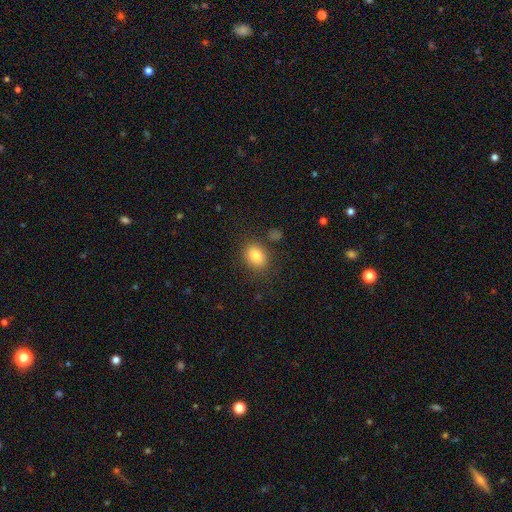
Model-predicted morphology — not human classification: Q: Smooth or featured?
A: smooth (83%); runner-up: star or artifact (9%)
Q: How rounded?
A: in between (63%); runner-up: round (36%)
Q: Merging?
A: none (79%); runner-up: minor disturbance (13%)